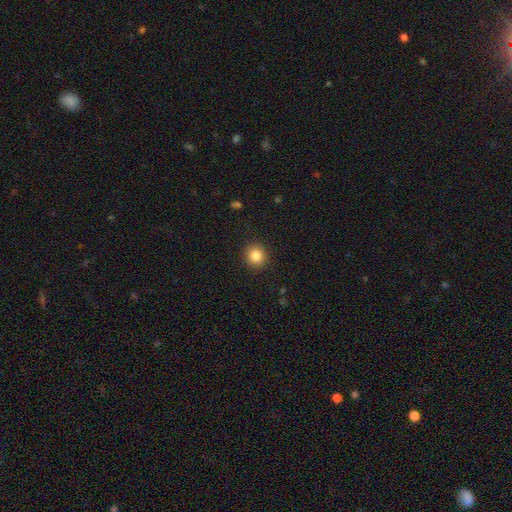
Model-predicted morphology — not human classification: Smooth or featured?
  - smooth: 84% *
  - star or artifact: 11%
  - featured or disk: 5%
How rounded?
  - round: 91% *
  - in between: 8%
  - cigar-shaped: 1%
Merging?
  - none: 92% *
  - minor disturbance: 5%
  - major disturbance: 2%
  - merger: 1%